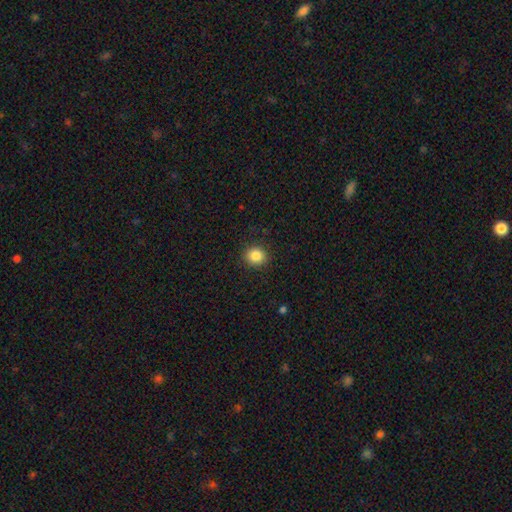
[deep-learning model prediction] A smooth galaxy with no disk features (86%) that is round (85%).

Vote fractions:
- Smooth or featured? smooth: 86% / star or artifact: 10% / featured or disk: 4%
- How rounded? round: 85% / in between: 14% / cigar-shaped: 1%
- Merging? none: 90% / minor disturbance: 7% / major disturbance: 2% / merger: 1%